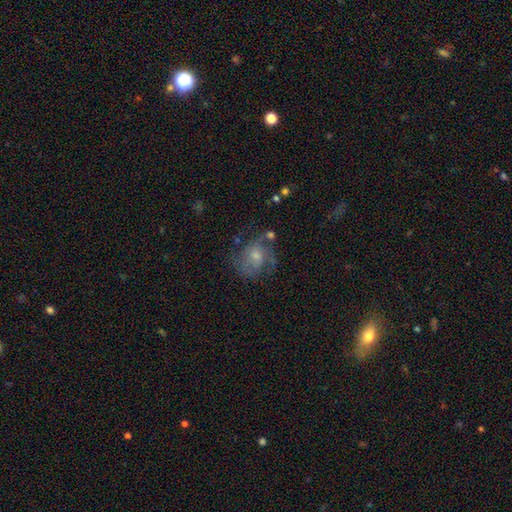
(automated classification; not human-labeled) Smooth or featured?
  - featured or disk: 64% *
  - smooth: 22%
  - star or artifact: 14%
Edge-on disk?
  - no: 97% *
  - yes: 3%
Bar?
  - no: 68% *
  - weak: 27%
  - strong: 5%
Spiral arms?
  - yes: 84% *
  - no: 16%
Spiral winding?
  - medium: 46% *
  - tight: 37%
  - loose: 18%
Spiral arm count?
  - 2: 37% *
  - can't tell: 31%
  - 3: 16%
  - 1: 7%
  - 4: 4%
  - more than 4: 4%
Bulge size?
  - moderate: 50% *
  - small: 40%
  - large: 5%
  - none: 4%
  - dominant: 1%
Merging?
  - none: 61% *
  - minor disturbance: 20%
  - major disturbance: 15%
  - merger: 4%